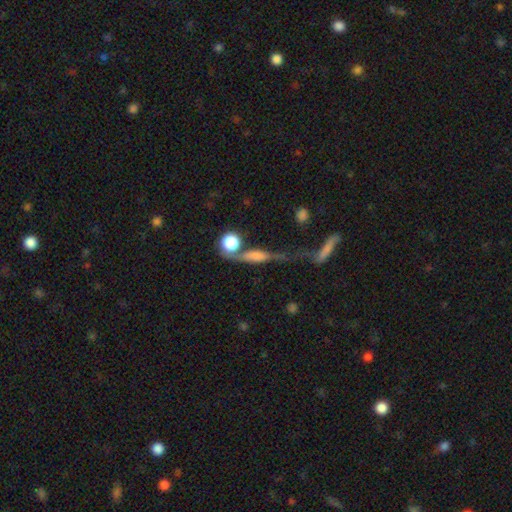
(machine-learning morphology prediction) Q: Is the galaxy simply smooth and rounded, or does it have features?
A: featured or disk — 42%, tied with smooth.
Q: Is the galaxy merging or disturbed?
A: none — 46%.